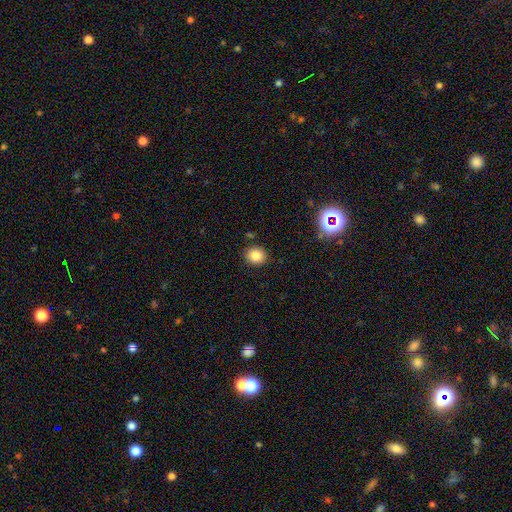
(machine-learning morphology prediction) Smooth or featured: smooth — 84% (star or artifact — 11%)
How rounded: round — 70% (in between — 29%)
Merging: none — 88% (minor disturbance — 8%)